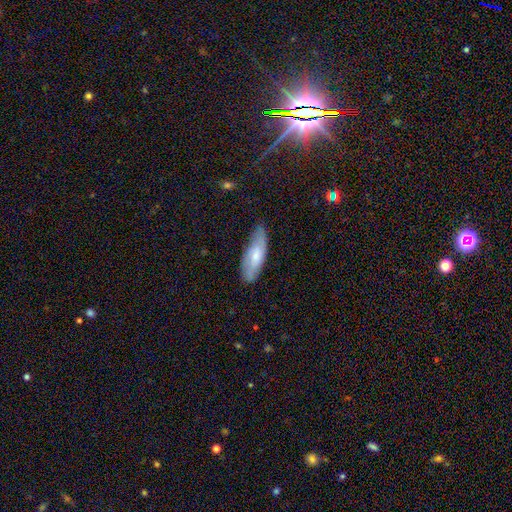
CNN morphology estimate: Q: Smooth or featured?
A: smooth (59%); runner-up: featured or disk (35%)
Q: How rounded?
A: in between (60%); runner-up: cigar-shaped (39%)
Q: Merging?
A: none (70%); runner-up: minor disturbance (24%)